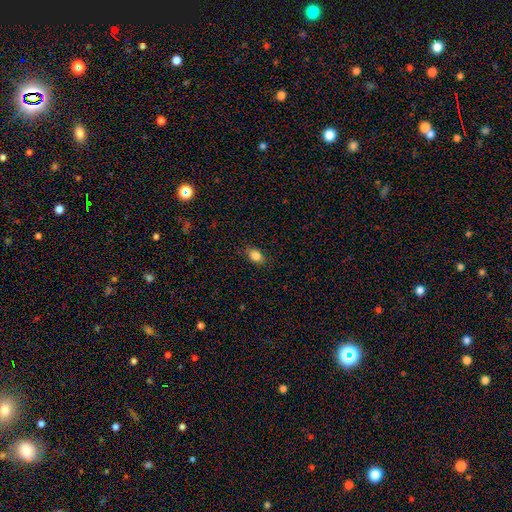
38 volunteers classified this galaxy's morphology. smooth_or_featured: smooth (p=0.89) [alt: featured or disk p=0.08]
how_rounded: in between (p=0.79) [alt: round p=0.18]
merging: none (p=0.92) [alt: minor disturbance p=0.05]